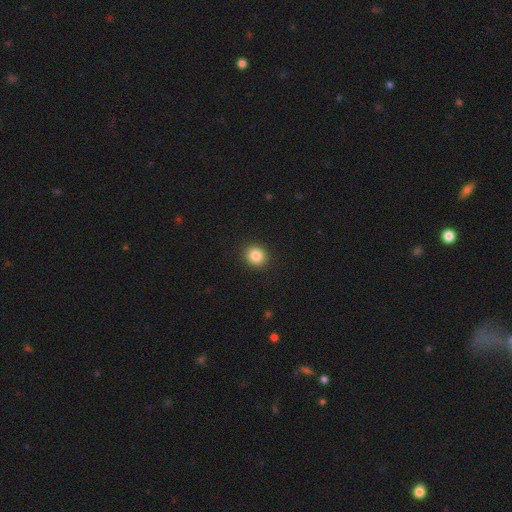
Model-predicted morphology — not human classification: smooth 85%, star or artifact 10%, featured or disk 5%. Down the decision tree: how rounded — round (83%); merging — none (92%).